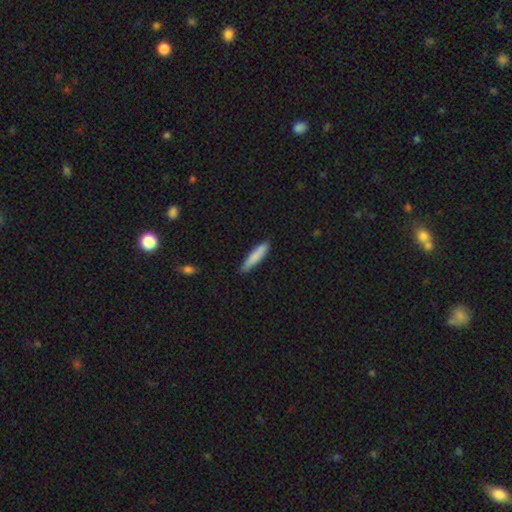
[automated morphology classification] Smooth or featured: smooth — 83% (featured or disk — 12%)
How rounded: cigar-shaped — 85% (in between — 14%)
Merging: none — 84% (minor disturbance — 12%)